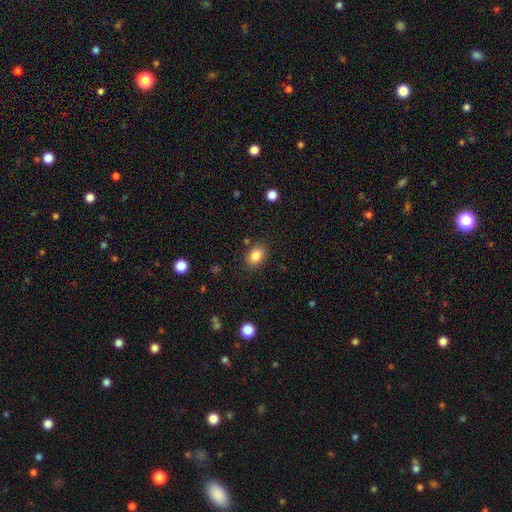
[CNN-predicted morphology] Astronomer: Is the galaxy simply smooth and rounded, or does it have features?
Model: smooth — 85%.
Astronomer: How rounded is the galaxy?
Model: in between — 73%.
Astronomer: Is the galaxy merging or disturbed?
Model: none — 84%.